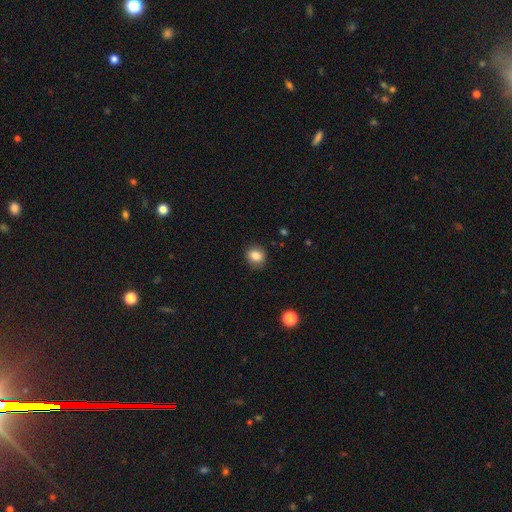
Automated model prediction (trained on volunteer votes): smooth 83%, star or artifact 10%, featured or disk 7%. Down the decision tree: how rounded — round (69%); merging — none (86%).